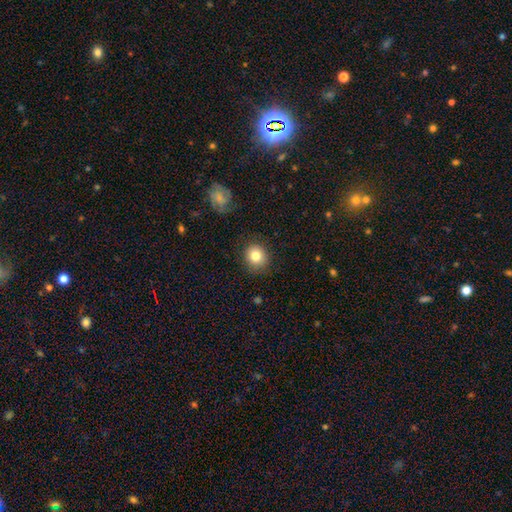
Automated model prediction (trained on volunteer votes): Smooth or featured: smooth — 81% (star or artifact — 10%)
How rounded: round — 82% (in between — 17%)
Merging: none — 87% (minor disturbance — 9%)